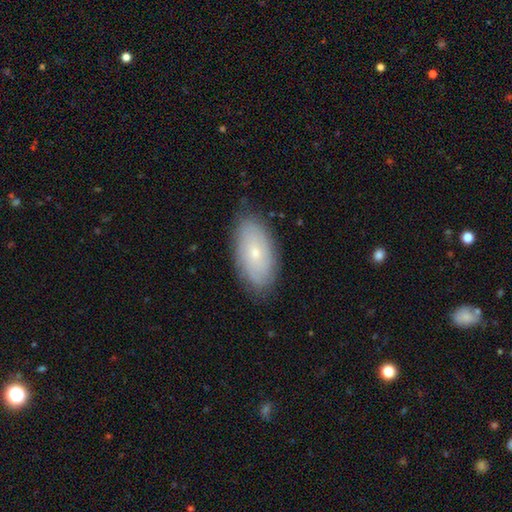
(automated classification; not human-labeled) This appears to be a smooth galaxy with no disk features (53%) that is in between round and cigar-shaped (93%). Merging: none (82%).